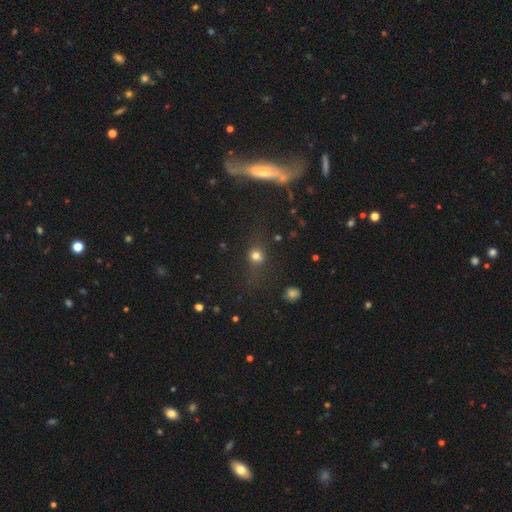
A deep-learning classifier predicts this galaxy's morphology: type=smooth (67%); roundness=round (75%); merging=none (64%).